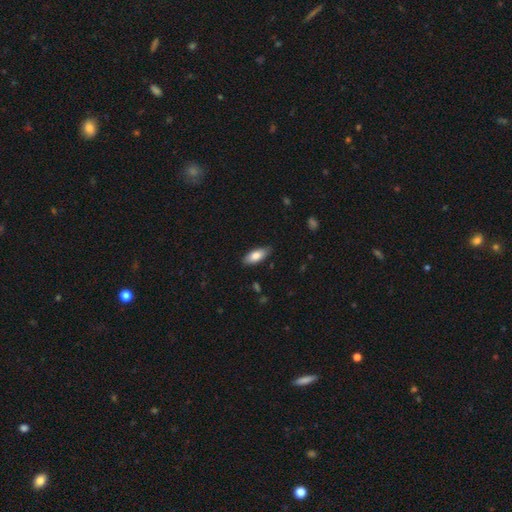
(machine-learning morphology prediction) This is clearly a smooth galaxy (80%). How rounded: clearly in between (81%). Merging: clearly none (84%).